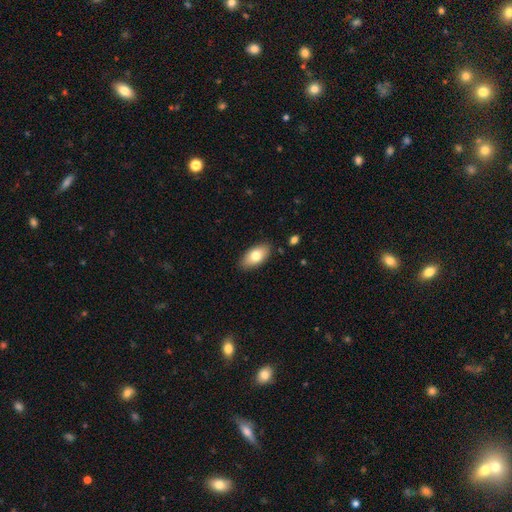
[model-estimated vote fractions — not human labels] smooth_or_featured: smooth (p=0.76) [alt: featured or disk p=0.17]
how_rounded: in between (p=0.92) [alt: cigar-shaped p=0.04]
merging: none (p=0.87) [alt: minor disturbance p=0.09]